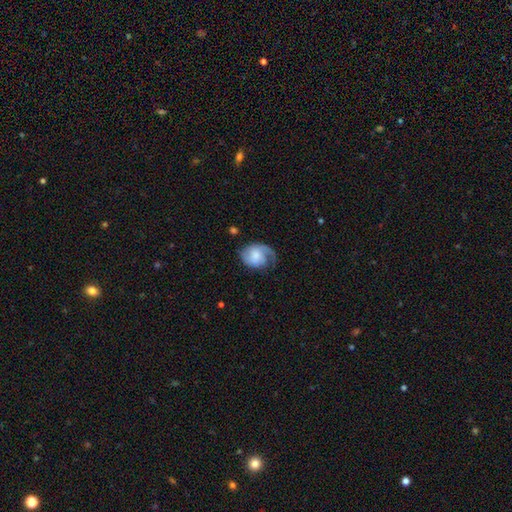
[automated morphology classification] Q: Smooth or featured?
A: featured or disk (62%); runner-up: smooth (31%)
Q: Edge-on disk?
A: no (97%); runner-up: yes (3%)
Q: Bar?
A: no (64%); runner-up: weak (31%)
Q: Spiral arms?
A: yes (91%); runner-up: no (9%)
Q: Spiral winding?
A: medium (42%); runner-up: tight (32%)
Q: Spiral arm count?
A: 2 (46%); runner-up: 1 (40%)
Q: Bulge size?
A: moderate (34%); runner-up: small (27%)
Q: Merging?
A: none (52%); runner-up: minor disturbance (28%)